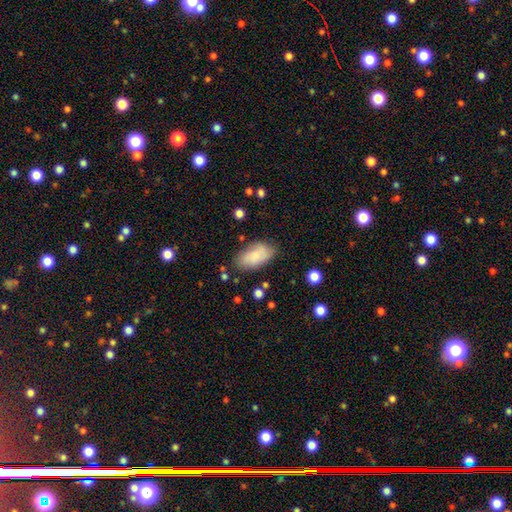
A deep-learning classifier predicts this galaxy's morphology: smooth 80%, featured or disk 13%, star or artifact 7%. Down the decision tree: how rounded — in between (93%); merging — none (73%).